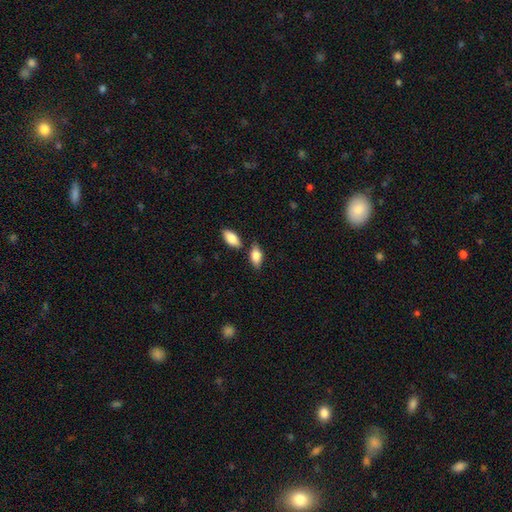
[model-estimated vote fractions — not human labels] The model was most divided on "merging": none: 67%, minor disturbance: 15%, merger: 14%, major disturbance: 4%. More confident: how rounded — in between (89%); smooth or featured — smooth (82%).